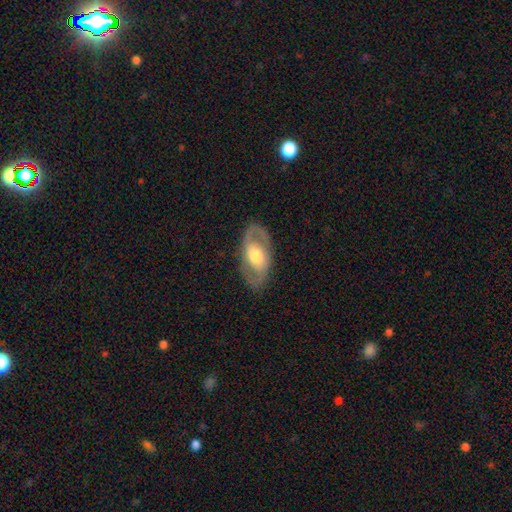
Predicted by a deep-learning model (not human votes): smooth-or-featured: featured or disk: 72% | smooth: 23% | star or artifact: 5%
  disk-edge-on: no: 92% | yes: 8%
    bar: no: 56% | weak: 32% | strong: 12%
    has-spiral-arms: yes: 72% | no: 28%
    bulge-size: moderate: 65% | large: 20% | small: 12% | dominant: 1% | none: 1%
  merging: none: 81% | minor disturbance: 13% | major disturbance: 5% | merger: 1%